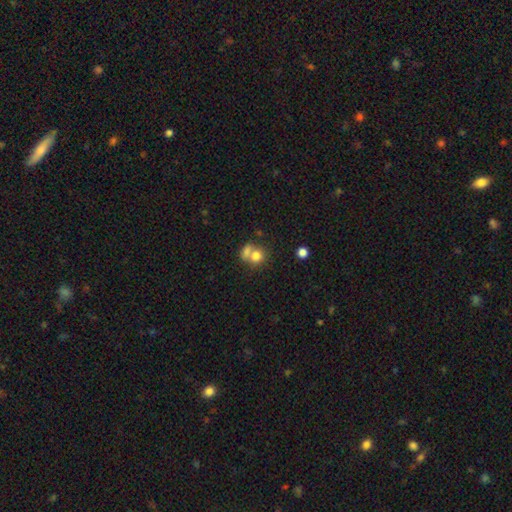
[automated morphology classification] Smooth or featured: smooth — 76% (featured or disk — 13%)
How rounded: round — 71% (in between — 28%)
Merging: merger — 51% (none — 35%)